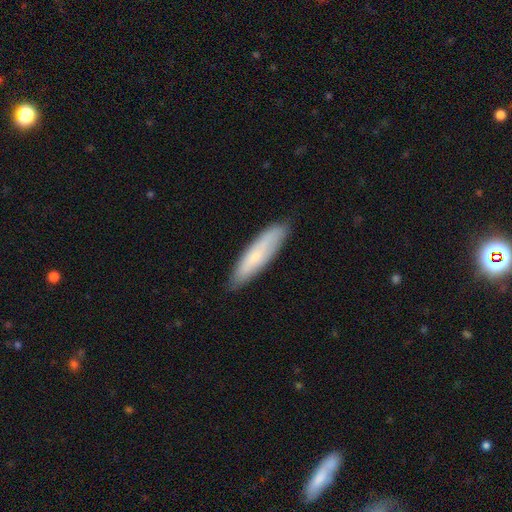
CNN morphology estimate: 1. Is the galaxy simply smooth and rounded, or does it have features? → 64% smooth, 29% featured or disk, 6% star or artifact.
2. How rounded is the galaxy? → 74% cigar-shaped, 24% in between, 1% round.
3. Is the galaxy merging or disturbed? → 83% none, 13% minor disturbance, 2% major disturbance, 1% merger.